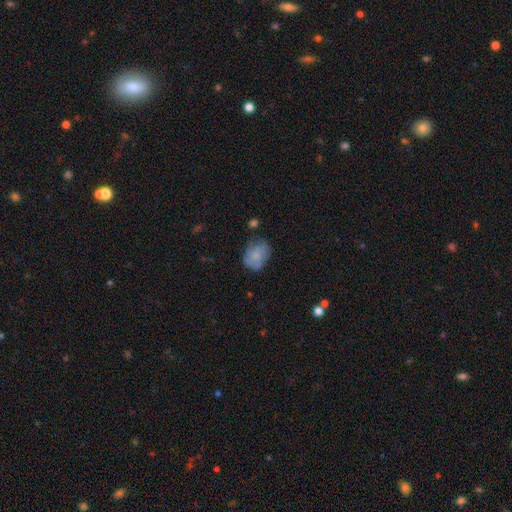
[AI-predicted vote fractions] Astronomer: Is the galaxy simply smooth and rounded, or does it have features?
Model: smooth — 72%.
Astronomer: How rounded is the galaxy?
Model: in between — 61% (runner-up: round, 38%).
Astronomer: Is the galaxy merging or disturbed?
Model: none — 60%.